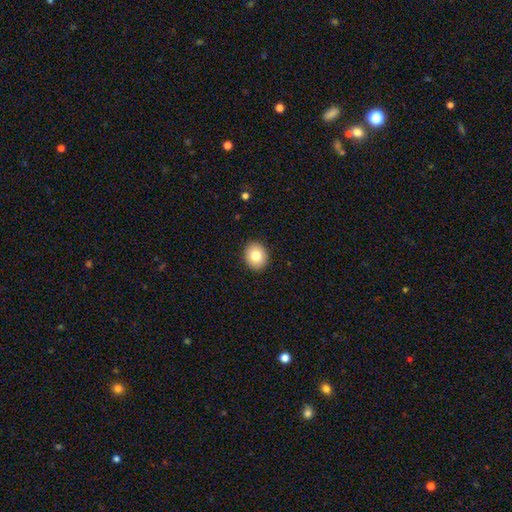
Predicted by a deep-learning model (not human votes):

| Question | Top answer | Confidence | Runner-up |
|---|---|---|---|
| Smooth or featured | smooth | 80% | featured or disk (11%) |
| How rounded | round | 72% | in between (28%) |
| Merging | none | 91% | minor disturbance (6%) |